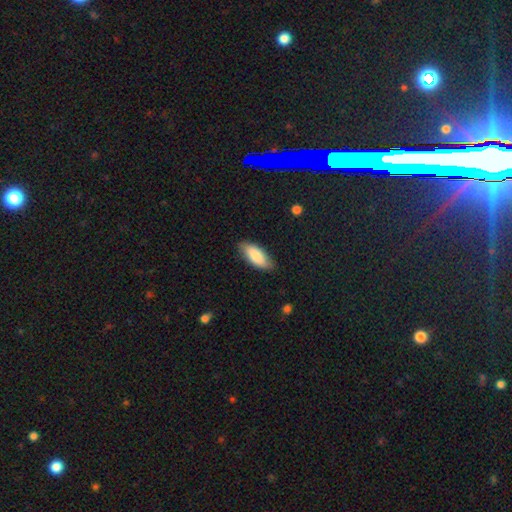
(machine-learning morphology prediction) Overall: smooth (83%). How rounded: in between (82%). Merging: none (81%).